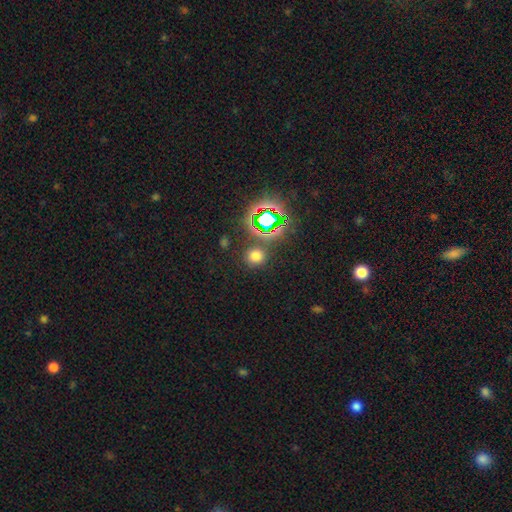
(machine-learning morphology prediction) This appears to be a smooth galaxy with no disk features (65%) that is round (85%). Merging: none (82%).